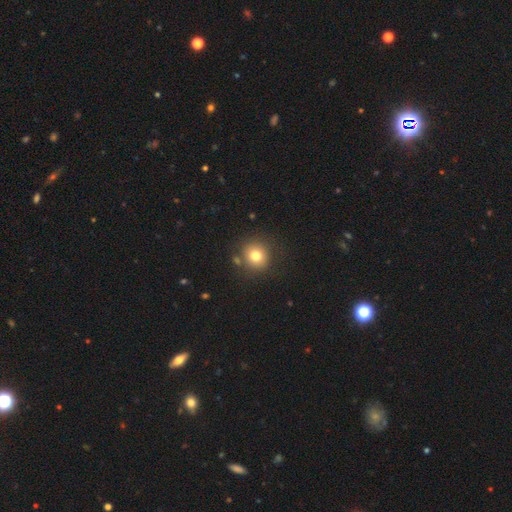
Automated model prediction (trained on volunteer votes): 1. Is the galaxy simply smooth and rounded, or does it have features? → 78% smooth, 12% star or artifact, 10% featured or disk.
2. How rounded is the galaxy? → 88% round, 11% in between, 1% cigar-shaped.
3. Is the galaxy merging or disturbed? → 81% none, 10% minor disturbance, 6% merger, 4% major disturbance.